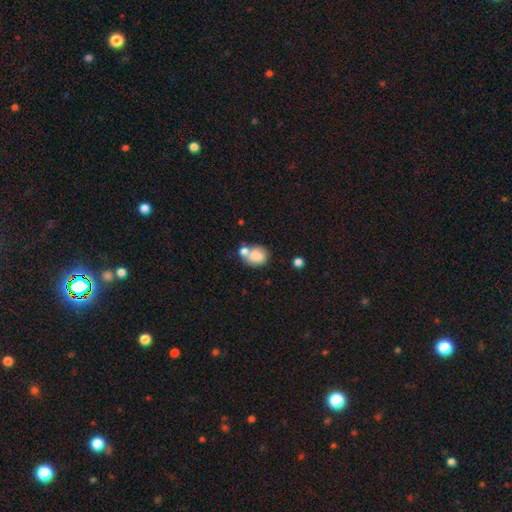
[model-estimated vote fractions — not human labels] A smooth galaxy with no disk features (81%) that is round (62%).

Vote fractions:
- Smooth or featured? smooth: 81% / featured or disk: 10% / star or artifact: 9%
- How rounded? round: 62% / in between: 36% / cigar-shaped: 1%
- Merging? none: 41% / merger: 39% / minor disturbance: 14% / major disturbance: 6%